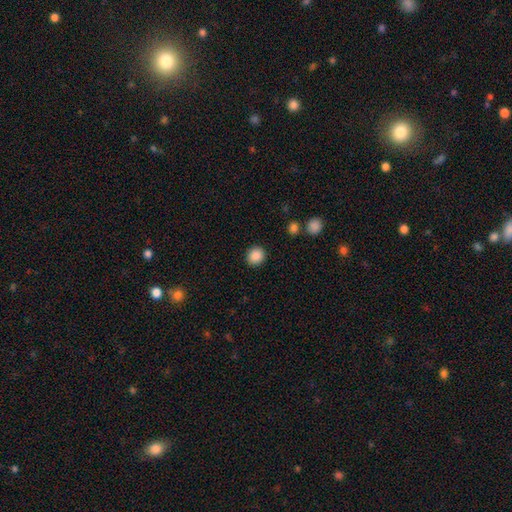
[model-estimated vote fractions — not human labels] This is clearly a smooth galaxy (88%). How rounded: clearly round (88%). Merging: clearly none (91%).